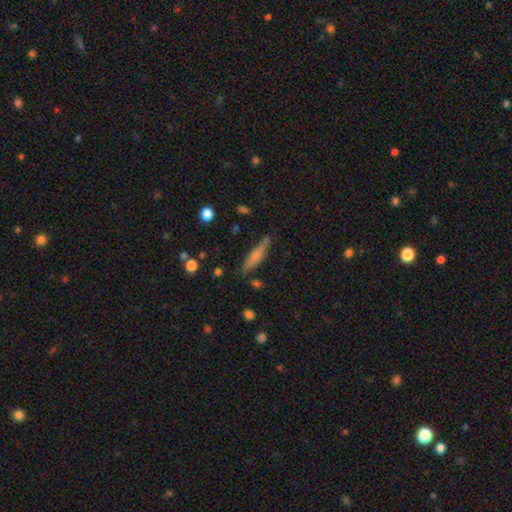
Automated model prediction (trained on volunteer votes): The model was most divided on "smooth or featured": smooth: 57%, featured or disk: 35%, star or artifact: 8%. More confident: how rounded — cigar-shaped (84%); merging — none (79%).